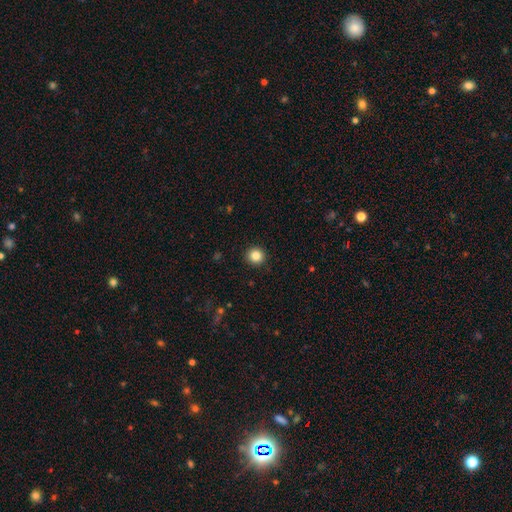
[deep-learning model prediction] A smooth galaxy with no disk features (85%) that is round (94%). Merging: none (93%).